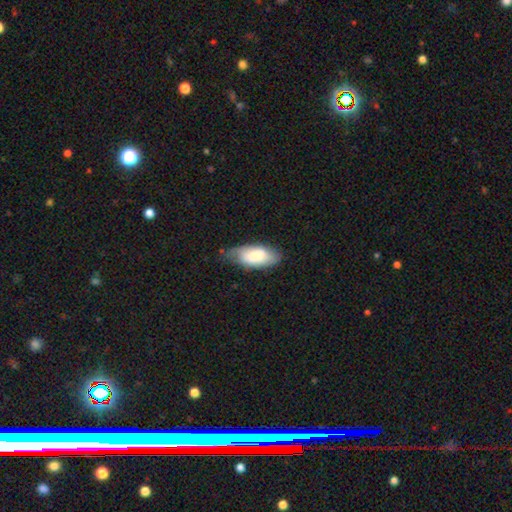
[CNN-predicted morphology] The model was most divided on "merging": none: 52%, minor disturbance: 36%, major disturbance: 10%, merger: 2%. More confident: how rounded — in between (91%); smooth or featured — smooth (79%).